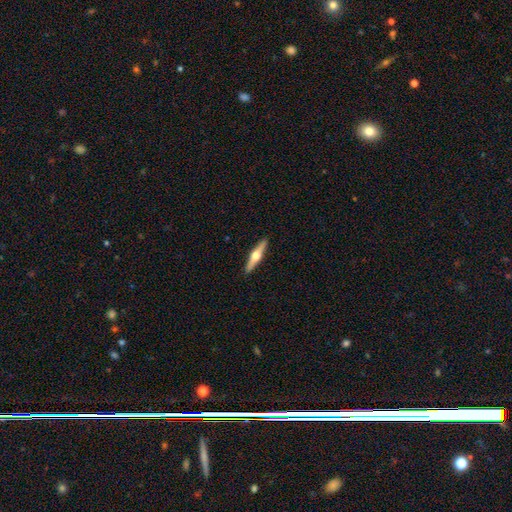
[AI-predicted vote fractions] Smooth or featured? featured or disk (70%)
Edge-on disk? yes (98%)
Edge-on bulge? rounded (96%)
Merging? none (92%)